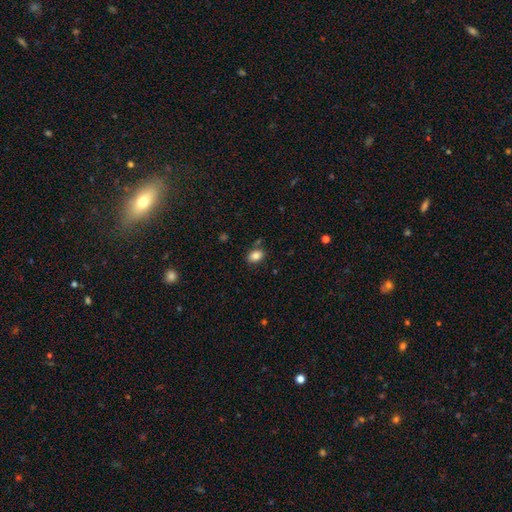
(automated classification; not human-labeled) A smooth galaxy with no disk features (84%) that is in between round and cigar-shaped (80%).

Vote fractions:
- Smooth or featured? smooth: 84% / star or artifact: 9% / featured or disk: 6%
- How rounded? in between: 80% / round: 19% / cigar-shaped: 1%
- Merging? none: 79% / minor disturbance: 12% / merger: 6% / major disturbance: 3%